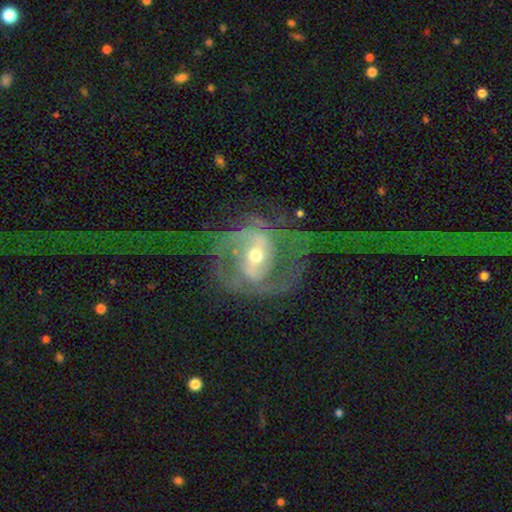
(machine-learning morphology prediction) Smooth or featured: featured or disk — 85% (smooth — 9%)
Edge-on disk: no — 96% (yes — 4%)
Bar: weak — 39% (tied with strong — 39%)
Spiral arms: yes — 86% (no — 14%)
Spiral winding: medium — 47% (tight — 27%)
Spiral arm count: 2 — 68% (can't tell — 15%)
Bulge size: moderate — 62% (small — 31%)
Merging: none — 53% (major disturbance — 27%)